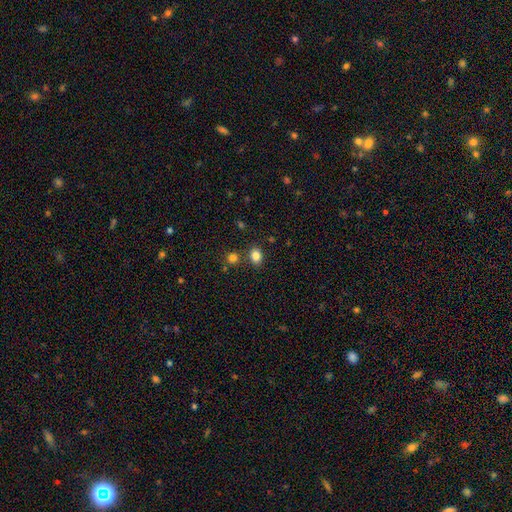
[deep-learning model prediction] smooth_or_featured: smooth (p=0.83) [alt: star or artifact p=0.11]
how_rounded: in between (p=0.56) [alt: round p=0.43]
merging: none (p=0.79) [alt: minor disturbance p=0.10]